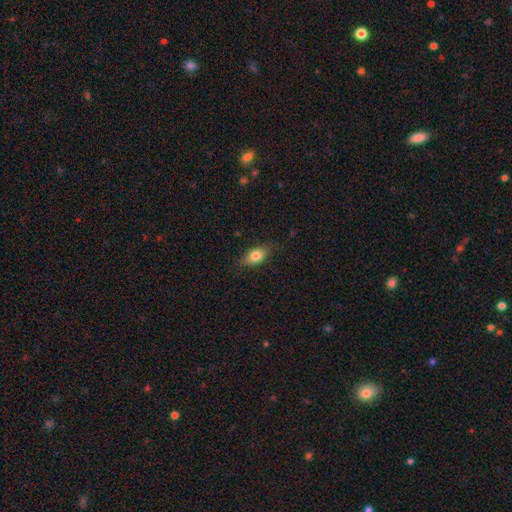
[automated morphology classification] smooth-or-featured: smooth: 81% | featured or disk: 11% | star or artifact: 8%
  how-rounded: in between: 84% | round: 11% | cigar-shaped: 5%
  merging: none: 82% | minor disturbance: 14% | major disturbance: 3% | merger: 1%